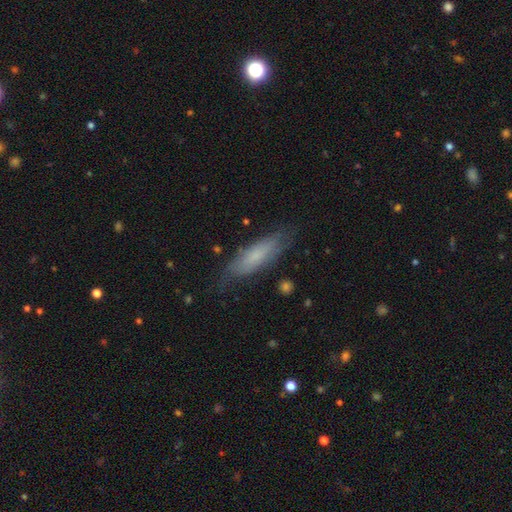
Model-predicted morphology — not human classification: Smooth or featured: smooth — 65% (featured or disk — 27%)
How rounded: cigar-shaped — 55% (in between — 43%)
Merging: none — 73% (minor disturbance — 20%)